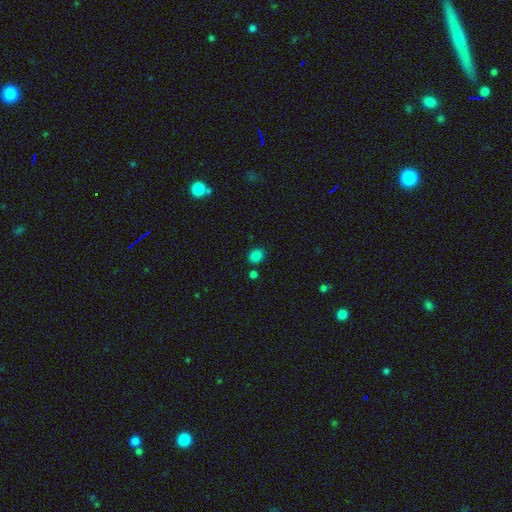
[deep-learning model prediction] Overall: smooth (83%). How rounded: round (63%; in between 36%). Merging: none (80%).